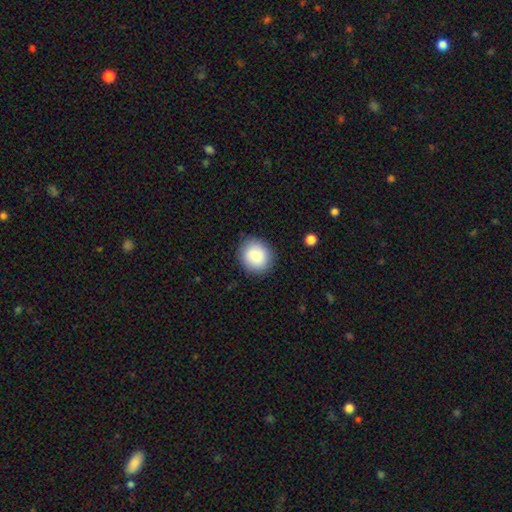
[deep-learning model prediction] This is clearly a smooth galaxy (87%). How rounded: likely round (79%). Merging: clearly none (87%).